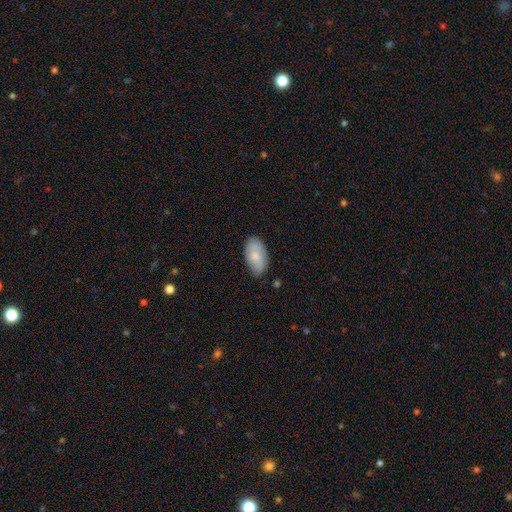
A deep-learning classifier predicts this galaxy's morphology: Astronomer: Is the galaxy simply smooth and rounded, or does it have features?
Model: smooth — 76%.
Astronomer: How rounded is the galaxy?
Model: in between — 95%.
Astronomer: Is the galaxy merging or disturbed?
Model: none — 77%.